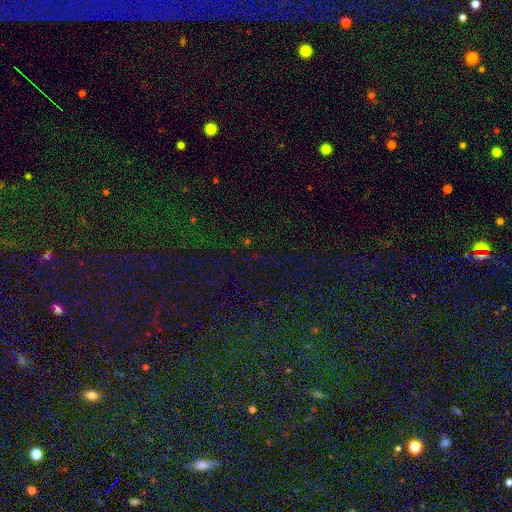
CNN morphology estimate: A star or artifact, not a galaxy (69%).